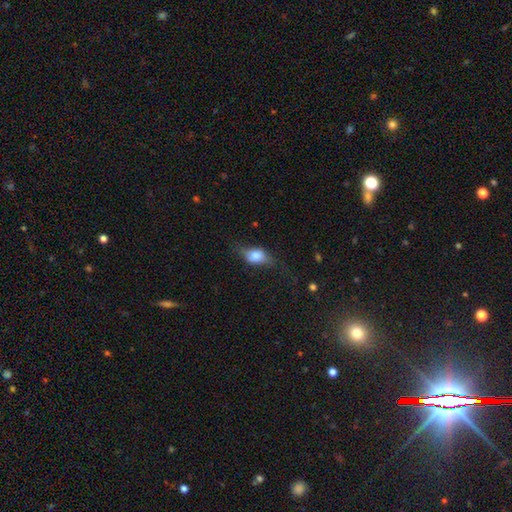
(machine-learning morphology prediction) Q: Smooth or featured?
A: smooth (66%); runner-up: featured or disk (26%)
Q: How rounded?
A: in between (77%); runner-up: round (16%)
Q: Merging?
A: none (55%); runner-up: minor disturbance (27%)